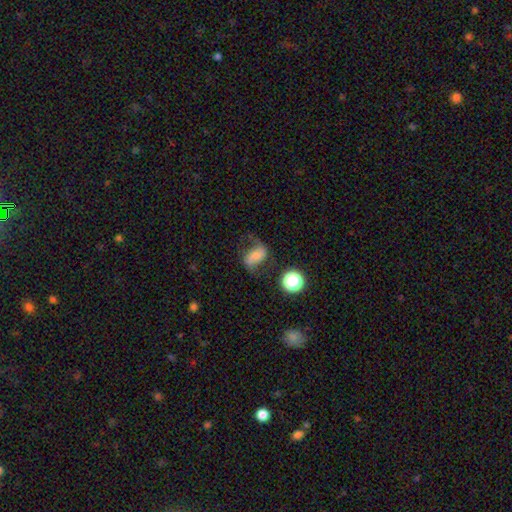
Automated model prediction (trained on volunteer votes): Smooth or featured? featured or disk (54%)
Edge-on disk? no (96%)
Bar? no (41%)
Spiral arms? yes (85%)
Bulge size? moderate (41%)
Merging? none (60%)